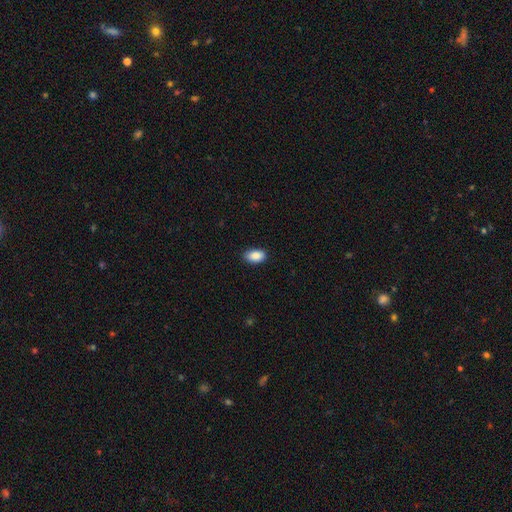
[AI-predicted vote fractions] Smooth or featured: smooth — 88% (star or artifact — 7%)
How rounded: in between — 92% (round — 6%)
Merging: none — 87% (minor disturbance — 11%)